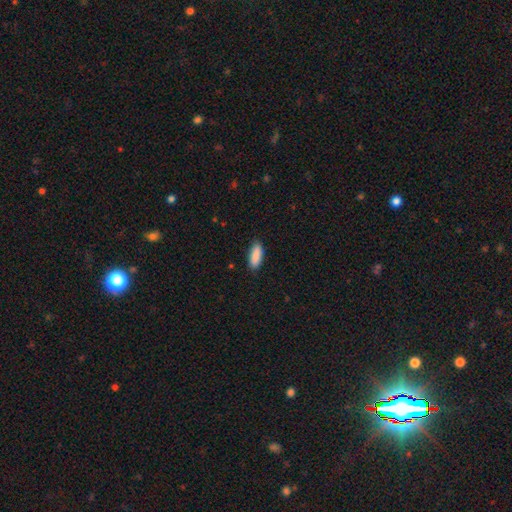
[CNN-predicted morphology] Smooth or featured? smooth (90%)
How rounded? in between (70%)
Merging? none (87%)